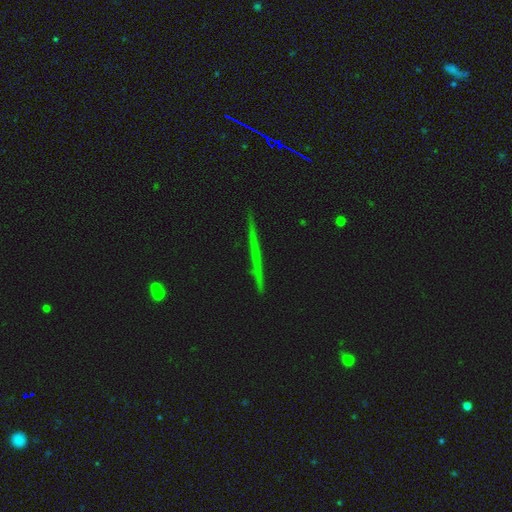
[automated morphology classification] featured or disk 51%, smooth 36%, star or artifact 13%. Down the decision tree: edge-on disk — yes (96%); merging — none (91%).